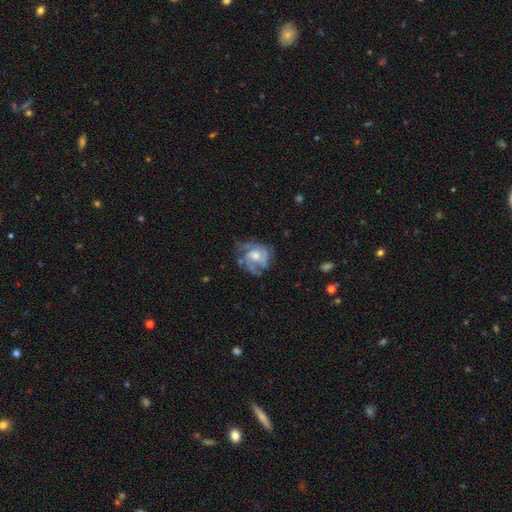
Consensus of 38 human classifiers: smooth_or_featured: featured or disk (p=0.76) [alt: smooth p=0.16]
disk_edge_on: no (p=0.93) [alt: yes p=0.07]
bar: no (p=0.67) [alt: weak p=0.22]
has_spiral_arms: yes (p=0.63) [alt: no p=0.37]
spiral_winding: tight (p=0.47) [alt: medium p=0.41]
spiral_arm_count: 2 (p=0.41) [alt: 3 p=0.24]
bulge_size: moderate (p=0.52) [alt: small p=0.37]
merging: none (p=0.51) [alt: major disturbance p=0.26]